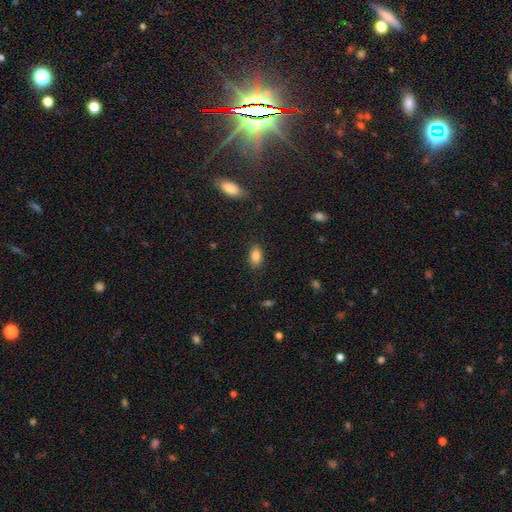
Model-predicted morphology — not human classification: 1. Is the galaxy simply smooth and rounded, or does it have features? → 86% smooth, 8% star or artifact, 5% featured or disk.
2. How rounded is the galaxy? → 89% in between, 8% round, 3% cigar-shaped.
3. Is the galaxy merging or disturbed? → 85% none, 11% minor disturbance, 3% major disturbance, 1% merger.